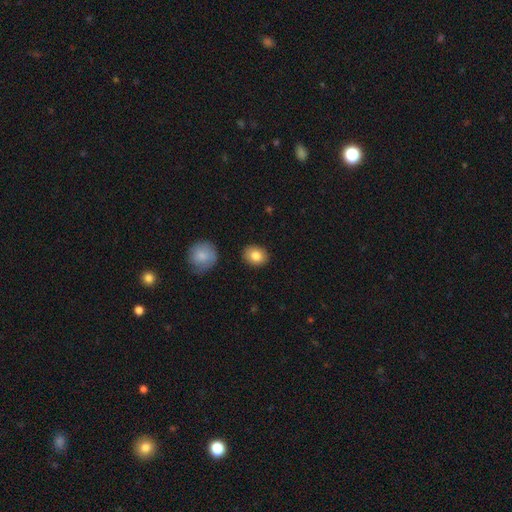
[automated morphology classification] Smooth or featured? smooth (83%)
How rounded? round (57%)
Merging? none (89%)